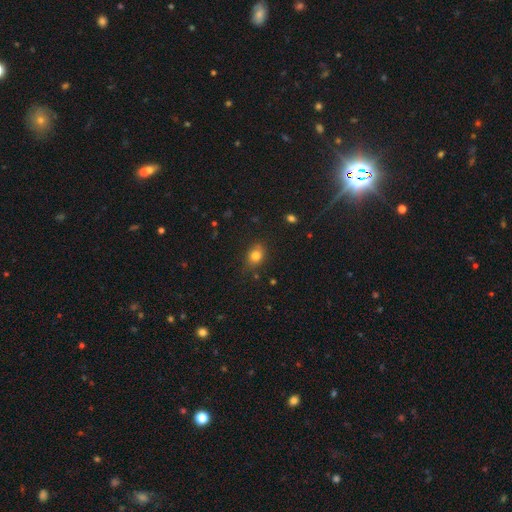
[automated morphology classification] smooth_or_featured: smooth (p=0.80) [alt: star or artifact p=0.12]
how_rounded: in between (p=0.55) [alt: round p=0.44]
merging: none (p=0.79) [alt: minor disturbance p=0.16]